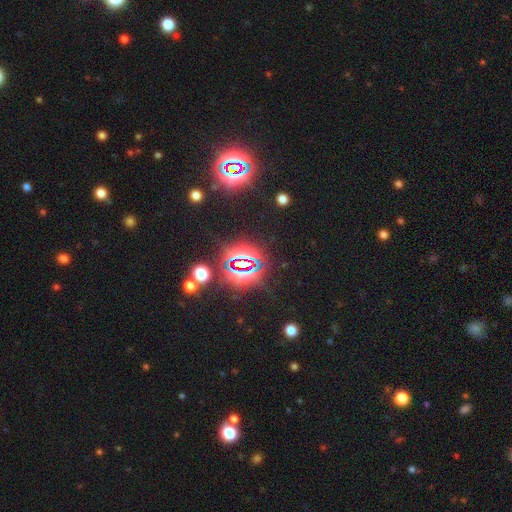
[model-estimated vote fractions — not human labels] smooth-or-featured: star or artifact: 82% | smooth: 11% | featured or disk: 7%